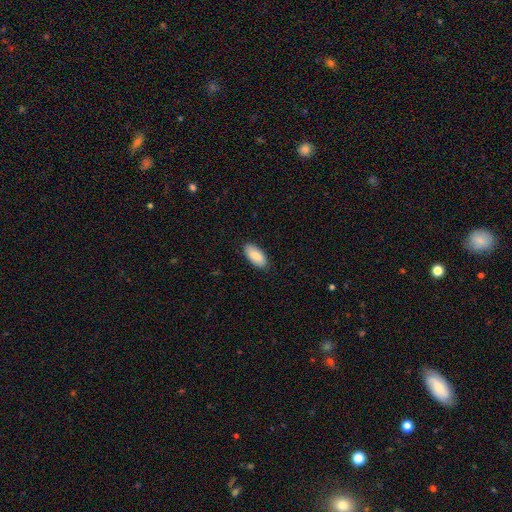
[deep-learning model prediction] Smooth or featured?
  - smooth: 87% *
  - featured or disk: 7%
  - star or artifact: 6%
How rounded?
  - in between: 91% *
  - cigar-shaped: 8%
  - round: 2%
Merging?
  - none: 87% *
  - minor disturbance: 10%
  - major disturbance: 2%
  - merger: 1%